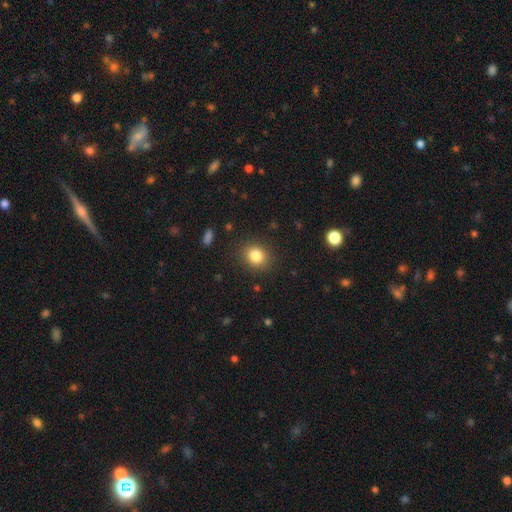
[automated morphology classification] Smooth or featured: smooth — 83% (star or artifact — 11%)
How rounded: round — 72% (in between — 28%)
Merging: none — 88% (minor disturbance — 8%)